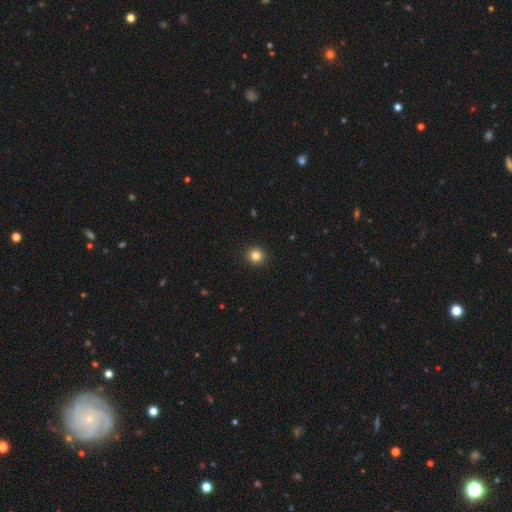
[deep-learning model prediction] This appears to be a smooth galaxy with no disk features (83%) that is round (93%). Merging: none (93%).